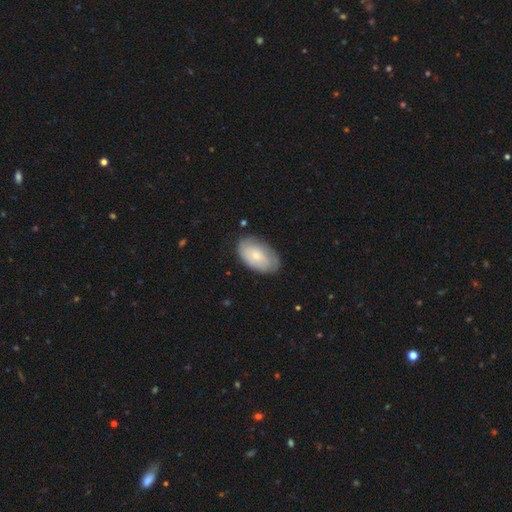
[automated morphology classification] This appears to be a smooth galaxy with no disk features (59%) that is in between round and cigar-shaped (93%). Merging: none (75%).